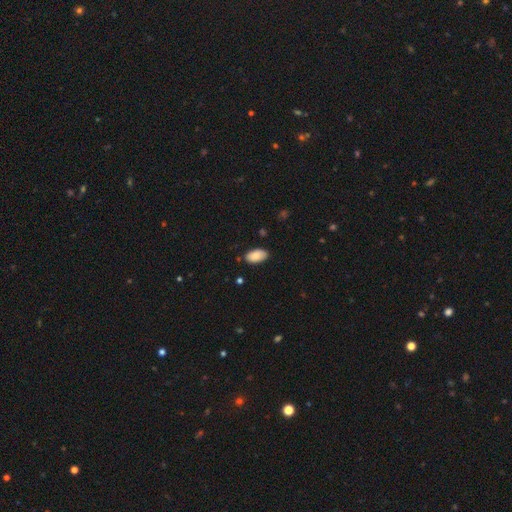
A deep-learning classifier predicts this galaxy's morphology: Overall: smooth (88%). How rounded: in between (96%). Merging: none (83%).